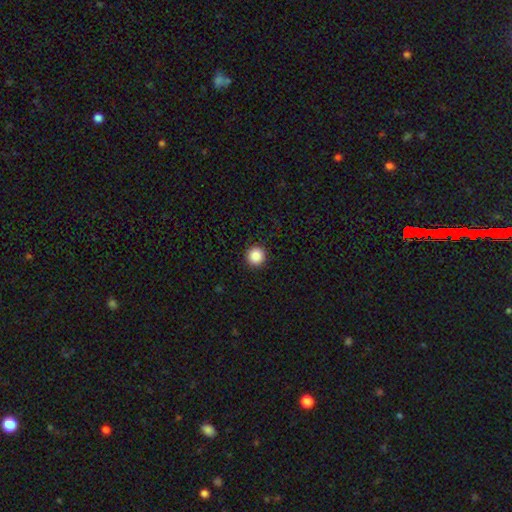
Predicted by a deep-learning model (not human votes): Overall: smooth (87%). How rounded: round (96%). Merging: none (93%).